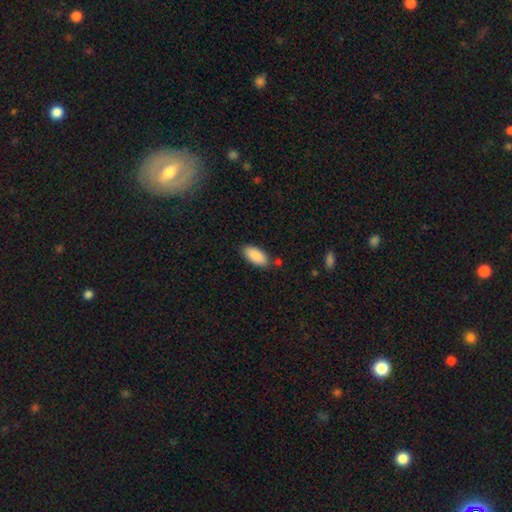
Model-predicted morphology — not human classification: Smooth or featured? Predicted: smooth (p=0.89). How rounded? Predicted: in between (p=0.90). Merging? Predicted: none (p=0.79).